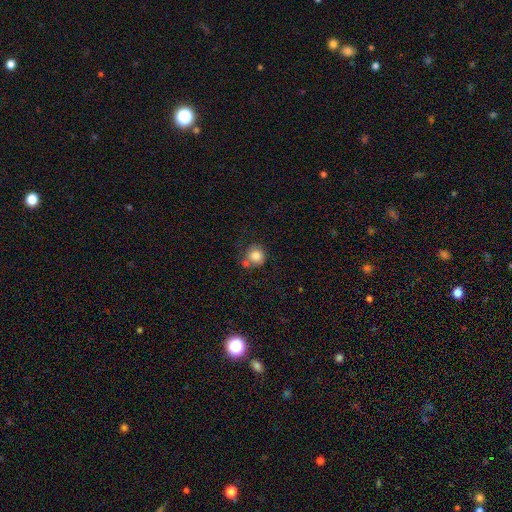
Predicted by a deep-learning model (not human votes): Q: Smooth or featured?
A: smooth (82%); runner-up: star or artifact (10%)
Q: How rounded?
A: round (90%); runner-up: in between (9%)
Q: Merging?
A: none (60%); runner-up: merger (19%)